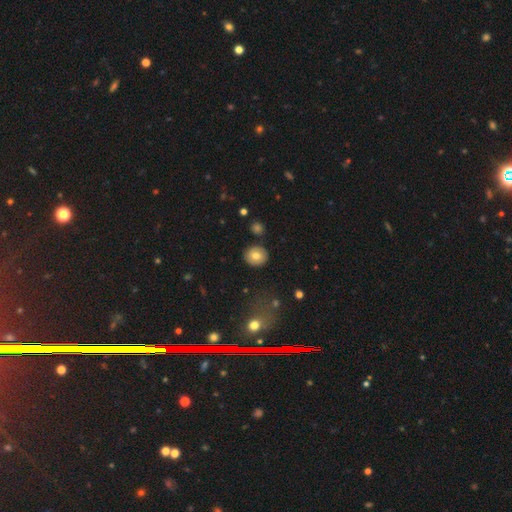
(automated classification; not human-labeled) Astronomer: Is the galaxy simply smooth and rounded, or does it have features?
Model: smooth — 76%.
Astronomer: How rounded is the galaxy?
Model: round — 85%.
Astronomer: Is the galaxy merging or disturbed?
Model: none — 88%.